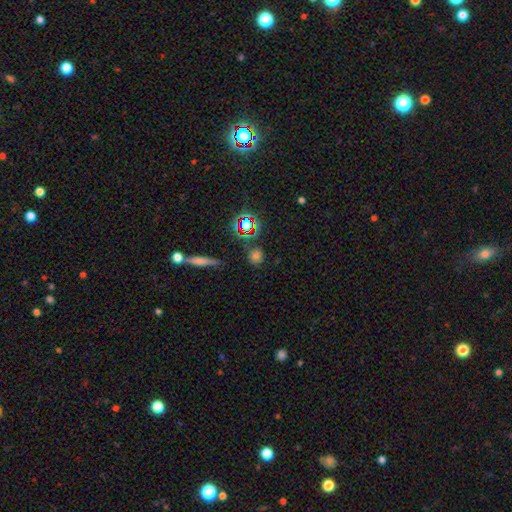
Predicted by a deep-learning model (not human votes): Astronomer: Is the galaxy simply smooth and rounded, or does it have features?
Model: smooth — 66%.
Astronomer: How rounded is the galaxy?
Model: round — 74%.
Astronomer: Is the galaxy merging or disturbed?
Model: none — 79%.